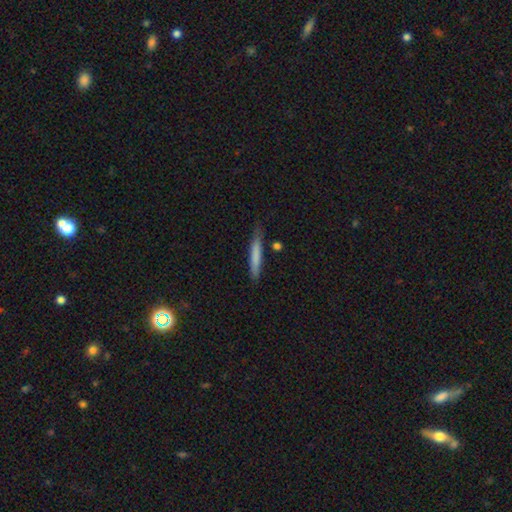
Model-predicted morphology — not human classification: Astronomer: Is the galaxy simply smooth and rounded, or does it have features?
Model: smooth — 74%.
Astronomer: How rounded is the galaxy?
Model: cigar-shaped — 94%.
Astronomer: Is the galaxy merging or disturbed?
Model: none — 76%.